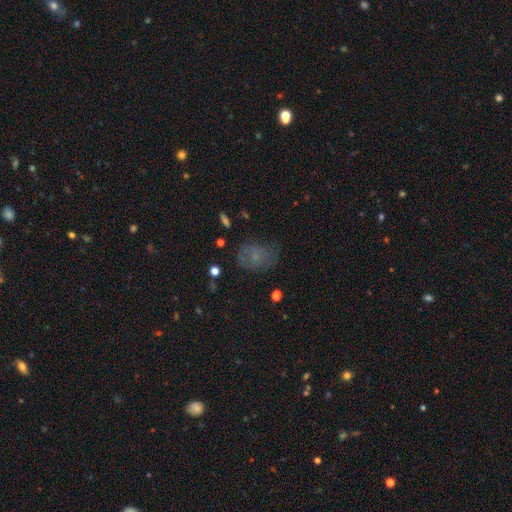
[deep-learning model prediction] smooth_or_featured: smooth (p=0.57) [alt: featured or disk p=0.26]
how_rounded: in between (p=0.66) [alt: round p=0.32]
merging: none (p=0.64) [alt: minor disturbance p=0.22]